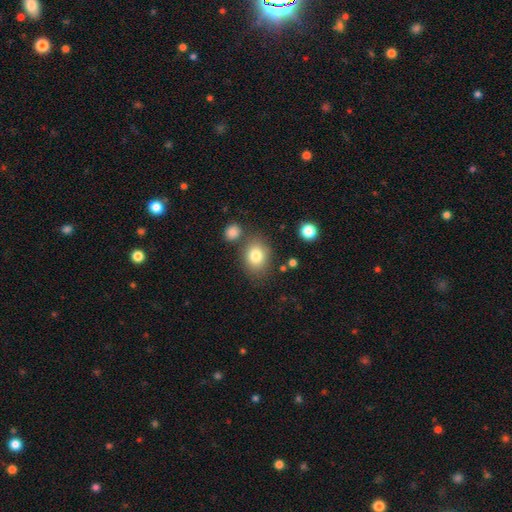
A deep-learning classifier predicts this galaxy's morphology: A smooth galaxy with no disk features (81%) that is in between round and cigar-shaped (56%). Merging: none (72%).